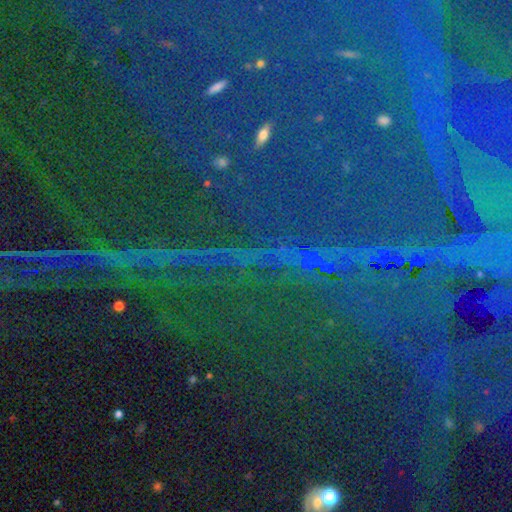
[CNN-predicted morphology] smooth_or_featured: star or artifact (p=0.85) [alt: smooth p=0.07]